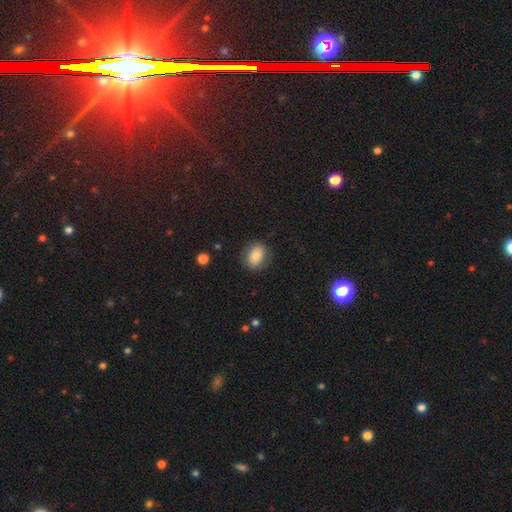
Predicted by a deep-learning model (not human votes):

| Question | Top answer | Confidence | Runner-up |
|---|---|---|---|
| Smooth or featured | smooth | 81% | featured or disk (10%) |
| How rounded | in between | 67% | round (31%) |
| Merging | none | 82% | minor disturbance (12%) |